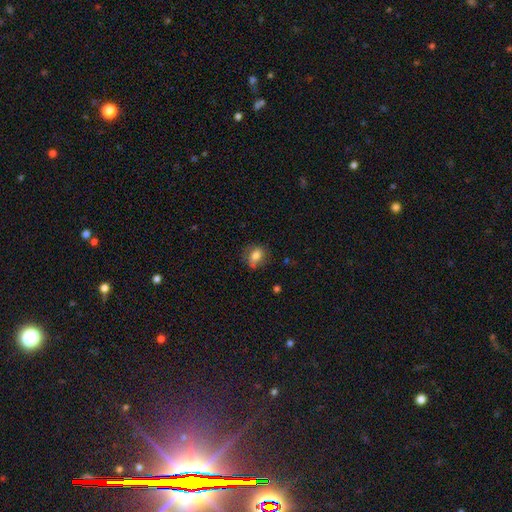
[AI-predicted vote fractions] Smooth or featured: smooth — 73% (featured or disk — 18%)
How rounded: in between — 55% (round — 44%)
Merging: none — 66% (minor disturbance — 24%)